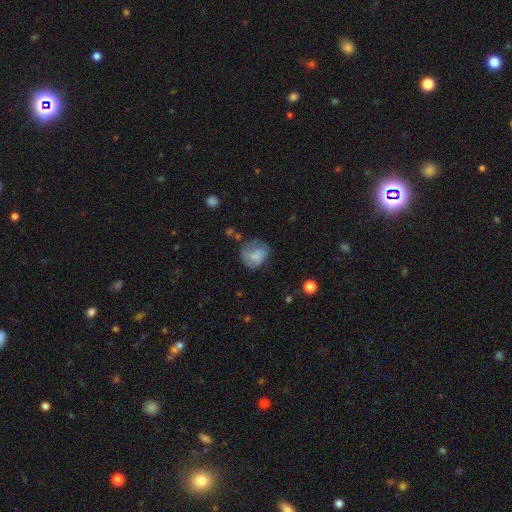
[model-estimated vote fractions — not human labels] This is possibly a smooth galaxy (57%). How rounded: likely round (61%). Merging: marginally none (43%).